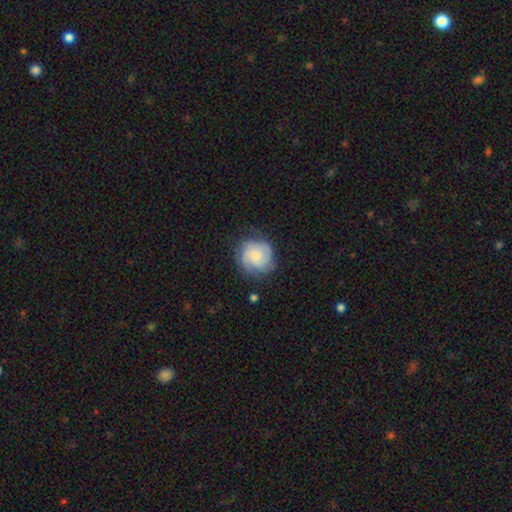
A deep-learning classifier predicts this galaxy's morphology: This is likely a featured or disk galaxy (66%). It is clearly not viewed edge-on (98%). Bar: likely no (72%). Spiral arm pattern: clearly yes (94%). Spiral arm count: marginally 3 (37%). Spiral winding: possibly tight (56%). Central bulge: possibly small (46%). Merging: likely none (72%).